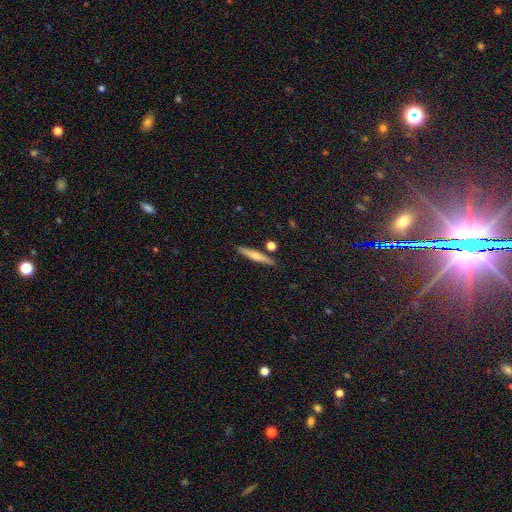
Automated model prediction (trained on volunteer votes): Overall: smooth (50%; featured or disk 43%). How rounded: cigar-shaped (91%). Merging: none (85%).